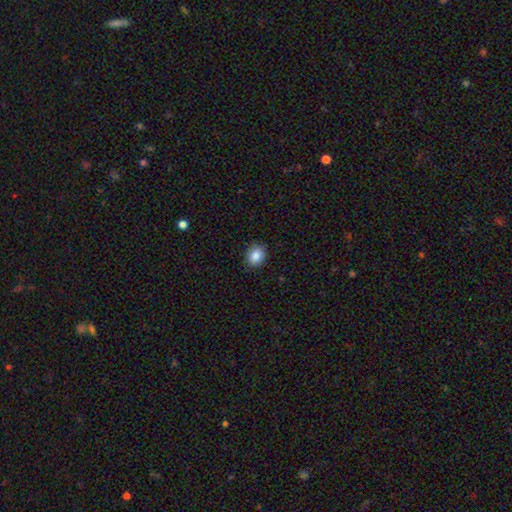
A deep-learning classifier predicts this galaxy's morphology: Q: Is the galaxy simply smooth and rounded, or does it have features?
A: smooth — 87%.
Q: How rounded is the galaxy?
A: round — 50%.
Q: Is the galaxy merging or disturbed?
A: none — 90%.